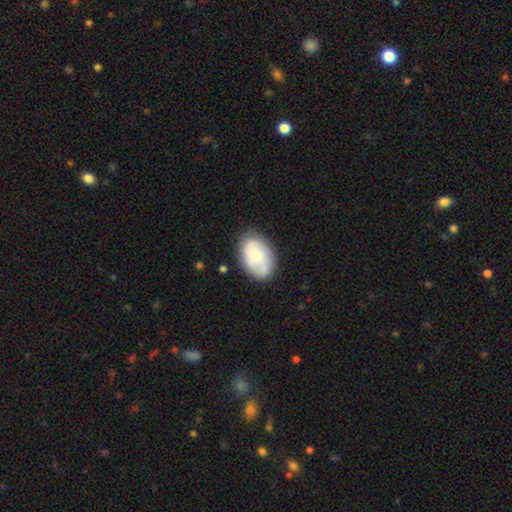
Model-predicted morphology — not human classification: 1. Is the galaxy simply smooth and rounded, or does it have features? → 52% smooth, 41% featured or disk, 7% star or artifact.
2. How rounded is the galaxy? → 87% in between, 12% round, 1% cigar-shaped.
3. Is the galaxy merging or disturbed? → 75% none, 18% minor disturbance, 5% major disturbance, 2% merger.